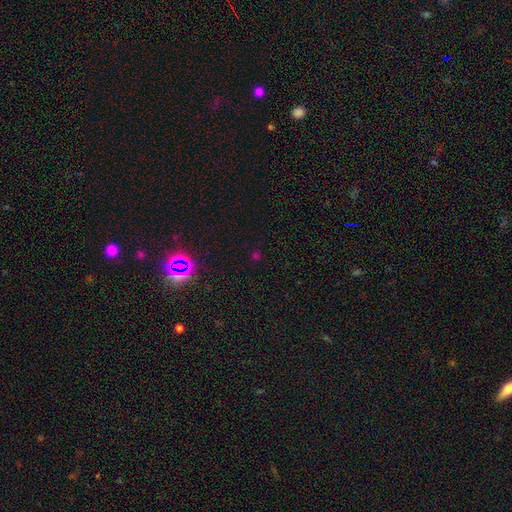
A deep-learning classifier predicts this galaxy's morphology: Smooth or featured? star or artifact (56%)